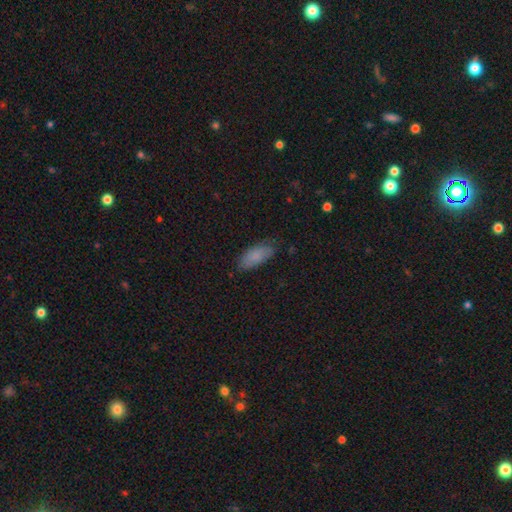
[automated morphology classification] Q: Smooth or featured?
A: smooth (83%); runner-up: featured or disk (11%)
Q: How rounded?
A: in between (82%); runner-up: cigar-shaped (17%)
Q: Merging?
A: none (74%); runner-up: minor disturbance (20%)